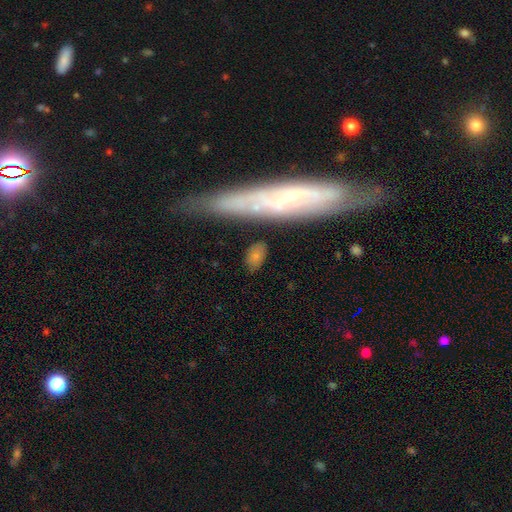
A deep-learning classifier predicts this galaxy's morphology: smooth 75%, featured or disk 16%, star or artifact 9%. Down the decision tree: how rounded — in between (84%); merging — none (75%).